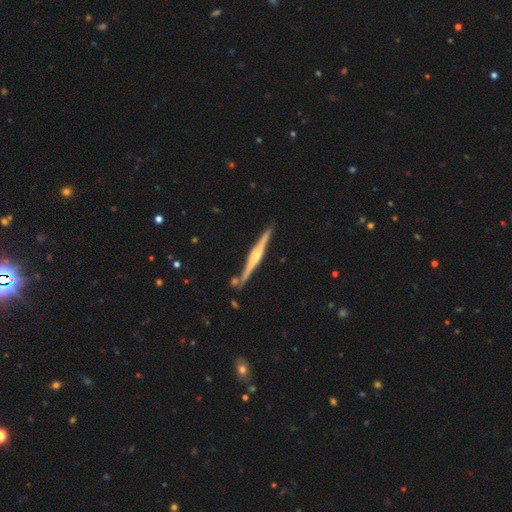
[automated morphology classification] smooth-or-featured: featured or disk: 81% | smooth: 13% | star or artifact: 5%
  disk-edge-on: yes: 98% | no: 2%
    edge-on-bulge: rounded: 77% | boxy: 13% | none: 9%
  merging: none: 85% | minor disturbance: 8% | merger: 4% | major disturbance: 2%